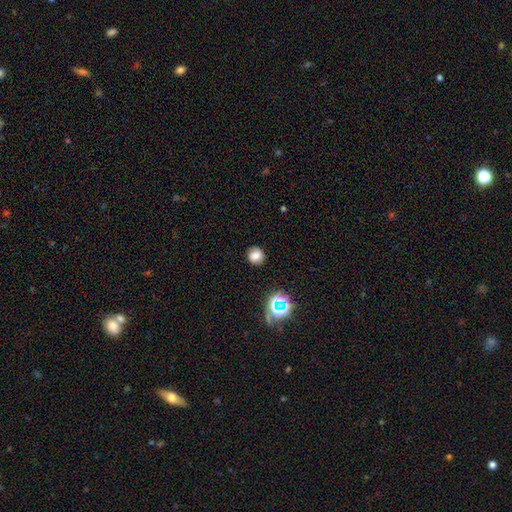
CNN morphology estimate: type=smooth (76%); roundness=round (89%); merging=none (87%).